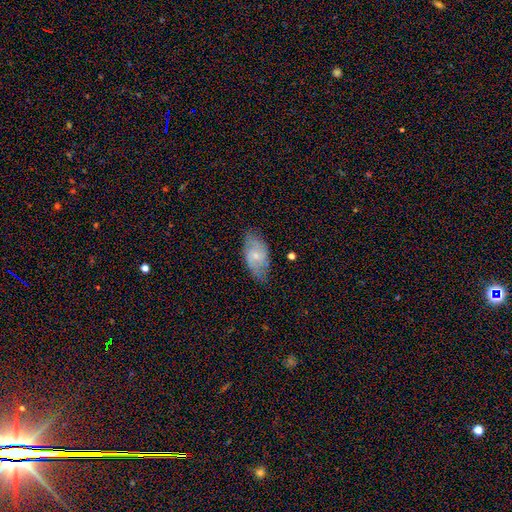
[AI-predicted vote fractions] Smooth or featured? Predicted: featured or disk (p=0.49). Merging? Predicted: none (p=0.69).